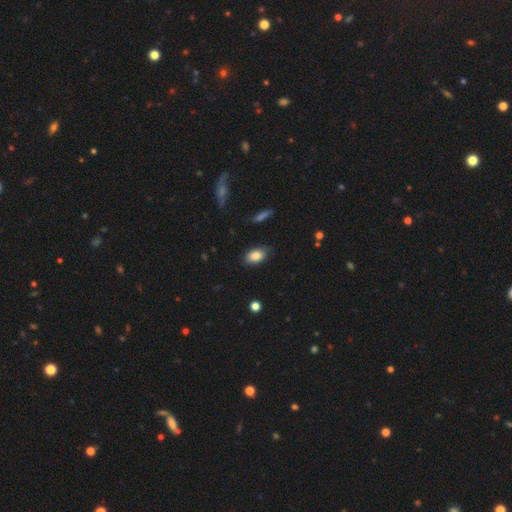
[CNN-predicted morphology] smooth_or_featured: smooth (p=0.83) [alt: featured or disk p=0.09]
how_rounded: in between (p=0.90) [alt: round p=0.07]
merging: none (p=0.82) [alt: minor disturbance p=0.14]